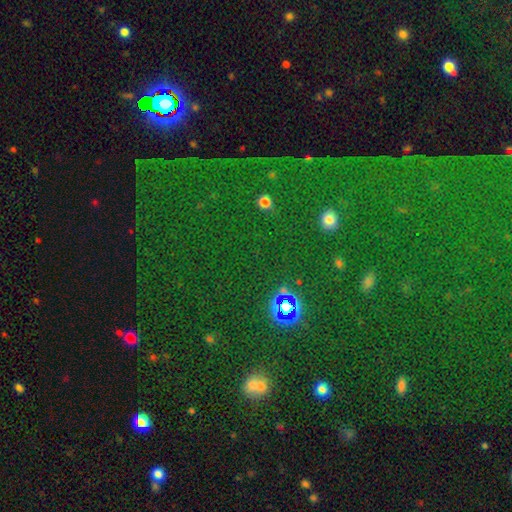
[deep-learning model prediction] A star or artifact, not a galaxy (72%).